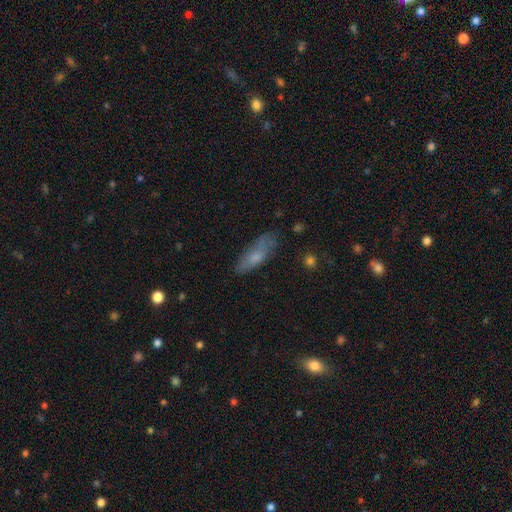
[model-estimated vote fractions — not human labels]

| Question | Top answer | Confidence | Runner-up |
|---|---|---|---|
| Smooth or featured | smooth | 67% | featured or disk (25%) |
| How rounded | in between | 49% | cigar-shaped (48%) |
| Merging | none | 69% | minor disturbance (22%) |